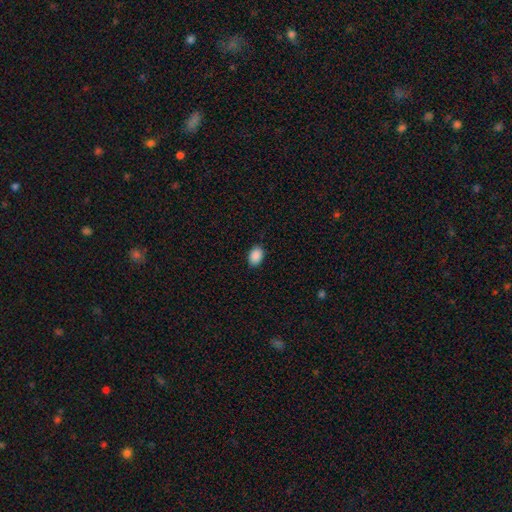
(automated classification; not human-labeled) Smooth or featured? Predicted: smooth (p=0.90). How rounded? Predicted: in between (p=0.82). Merging? Predicted: none (p=0.88).